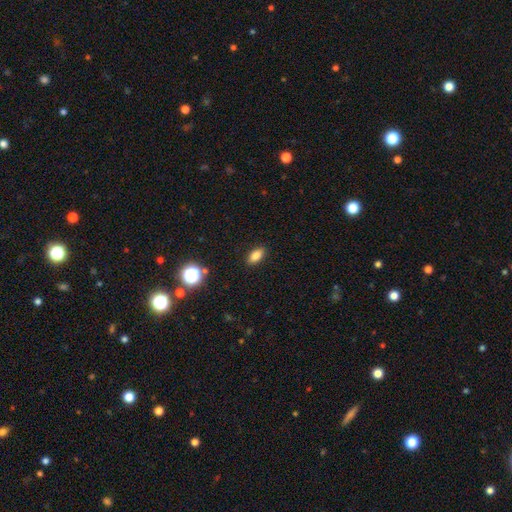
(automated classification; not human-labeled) smooth 82%, star or artifact 11%, featured or disk 7%. Down the decision tree: how rounded — in between (85%); merging — none (89%).